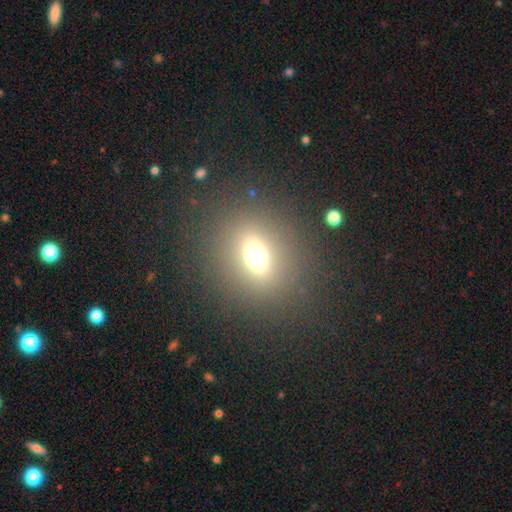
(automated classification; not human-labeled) Smooth or featured? smooth (59%)
How rounded? in between (52%)
Merging? none (83%)